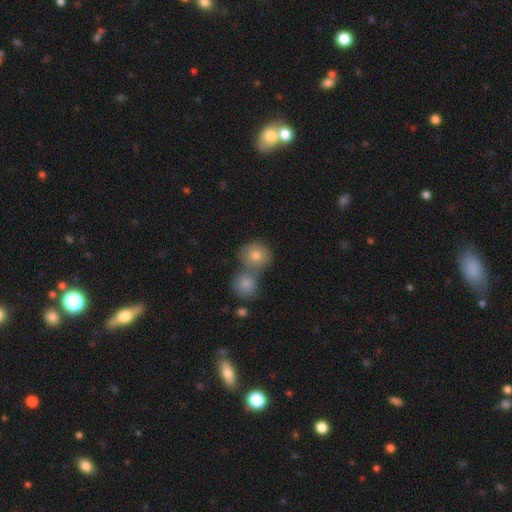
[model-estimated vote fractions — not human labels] Smooth or featured?
  - smooth: 76% *
  - star or artifact: 12%
  - featured or disk: 12%
How rounded?
  - round: 86% *
  - in between: 13%
  - cigar-shaped: 1%
Merging?
  - merger: 45% *
  - none: 44%
  - minor disturbance: 8%
  - major disturbance: 3%